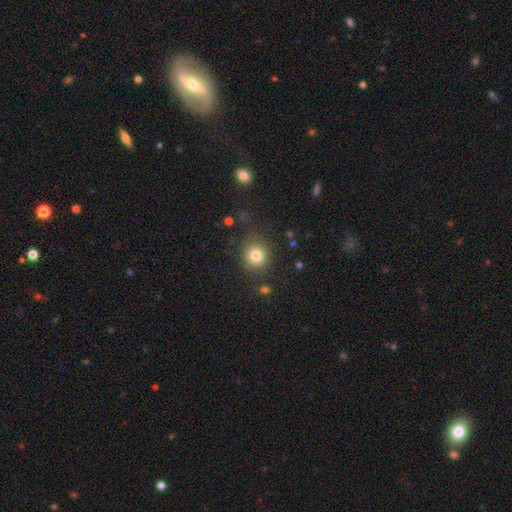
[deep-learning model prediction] A smooth galaxy with no disk features (81%) that is round (83%).

Vote fractions:
- Smooth or featured? smooth: 81% / star or artifact: 12% / featured or disk: 7%
- How rounded? round: 83% / in between: 16% / cigar-shaped: 1%
- Merging? none: 80% / minor disturbance: 12% / major disturbance: 5% / merger: 3%